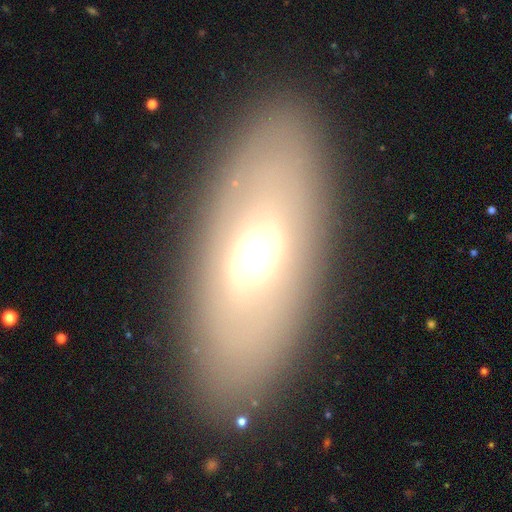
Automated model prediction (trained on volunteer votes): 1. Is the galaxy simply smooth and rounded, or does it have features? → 46% smooth, 44% featured or disk, 10% star or artifact.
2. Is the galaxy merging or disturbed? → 85% none, 9% minor disturbance, 5% major disturbance, 2% merger.